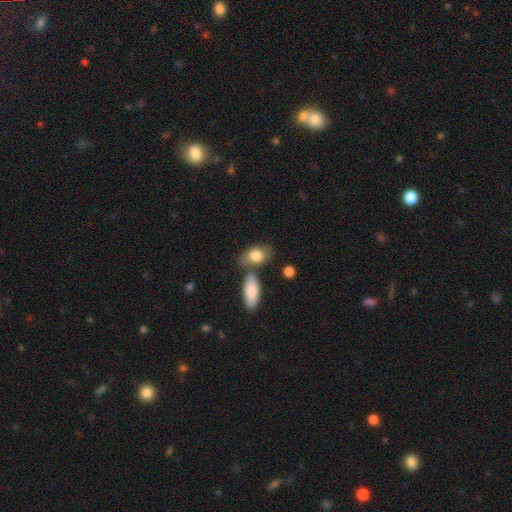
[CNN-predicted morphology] smooth-or-featured: smooth: 80% | featured or disk: 14% | star or artifact: 6%
  how-rounded: in between: 86% | round: 10% | cigar-shaped: 4%
  merging: none: 54% | merger: 26% | minor disturbance: 15% | major disturbance: 5%